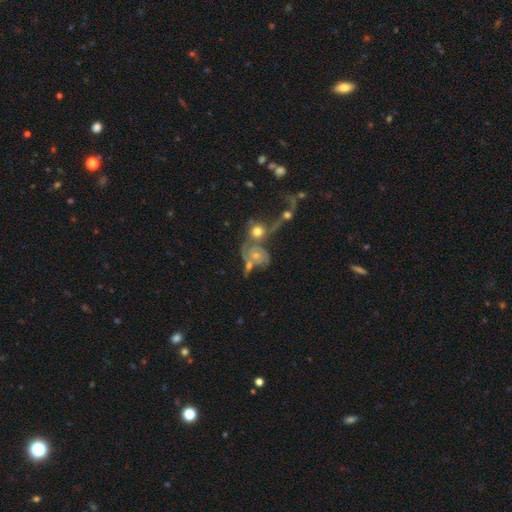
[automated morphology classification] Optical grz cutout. It shows a featured or disk galaxy (76%) with no bar (74%), 2 (57%) tight (42%) spiral arms (89%) and a small central bulge (44%, tied with moderate). Merging: merger (56%).